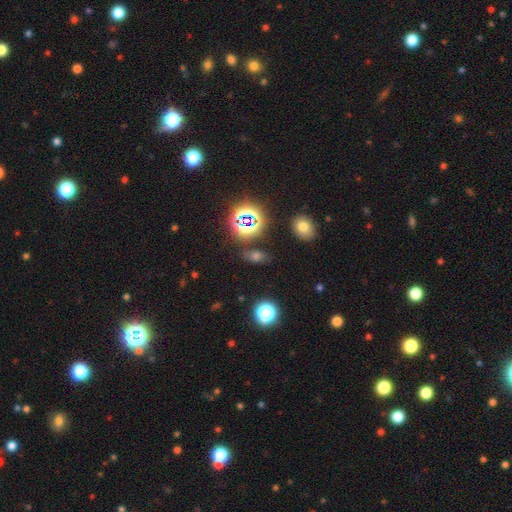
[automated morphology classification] This is possibly a smooth galaxy (46%). Merging: likely none (78%).